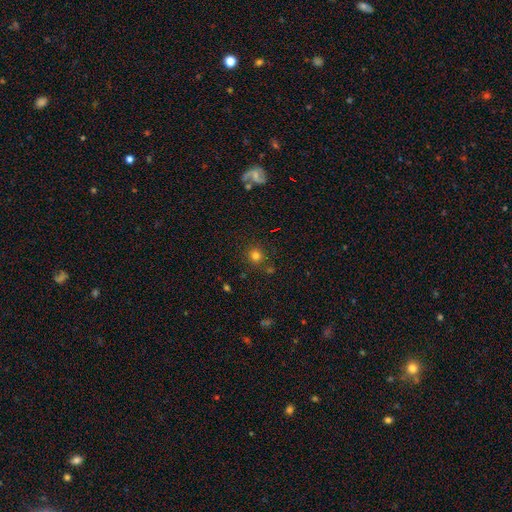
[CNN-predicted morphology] Smooth or featured? Predicted: smooth (p=0.76). How rounded? Predicted: round (p=0.91). Merging? Predicted: none (p=0.83).